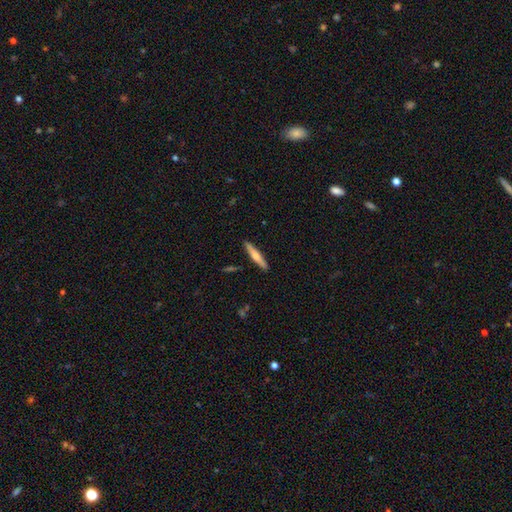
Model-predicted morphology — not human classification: type=smooth (49%); merging=none (90%).